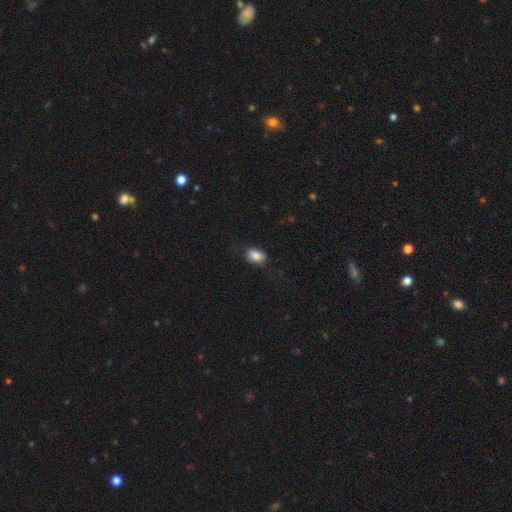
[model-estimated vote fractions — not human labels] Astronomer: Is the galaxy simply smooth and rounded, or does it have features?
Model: smooth — 84%.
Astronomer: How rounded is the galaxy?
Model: in between — 69%.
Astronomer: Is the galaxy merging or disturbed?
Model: none — 71%.